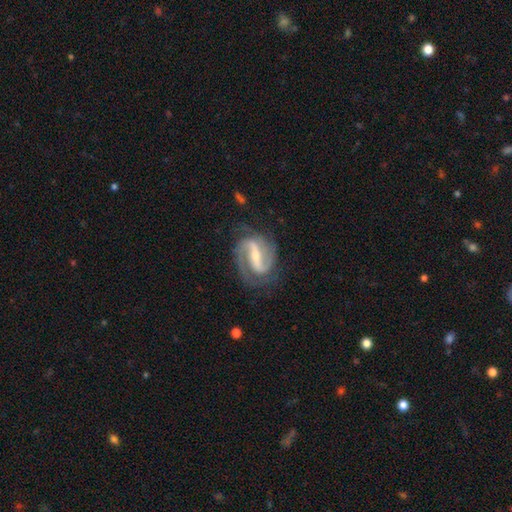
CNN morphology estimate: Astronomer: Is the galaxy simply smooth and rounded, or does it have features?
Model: featured or disk — 90%.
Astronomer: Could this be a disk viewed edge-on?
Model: no — 96%.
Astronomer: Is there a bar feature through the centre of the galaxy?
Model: strong — 65%.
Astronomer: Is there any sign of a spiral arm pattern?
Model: yes — 97%.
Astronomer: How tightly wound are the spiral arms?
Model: medium — 50% (runner-up: tight, 28%).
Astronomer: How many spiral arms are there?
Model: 2 — 90%.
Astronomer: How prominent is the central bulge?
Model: small — 56% (runner-up: moderate, 37%).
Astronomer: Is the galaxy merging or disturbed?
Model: none — 77%.